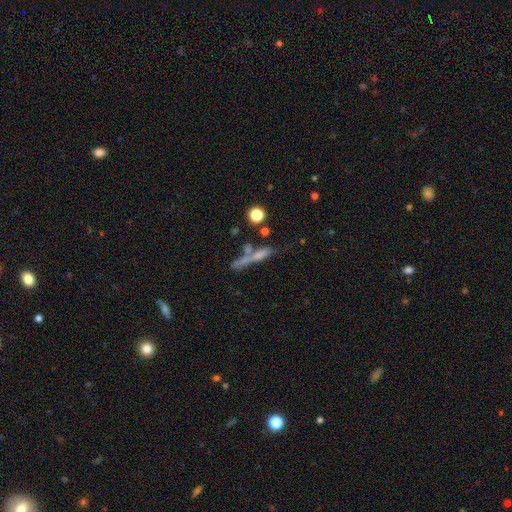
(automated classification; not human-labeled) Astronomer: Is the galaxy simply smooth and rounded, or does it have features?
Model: smooth — 47% (runner-up: featured or disk, 39%).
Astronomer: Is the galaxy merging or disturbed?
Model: none — 55%.